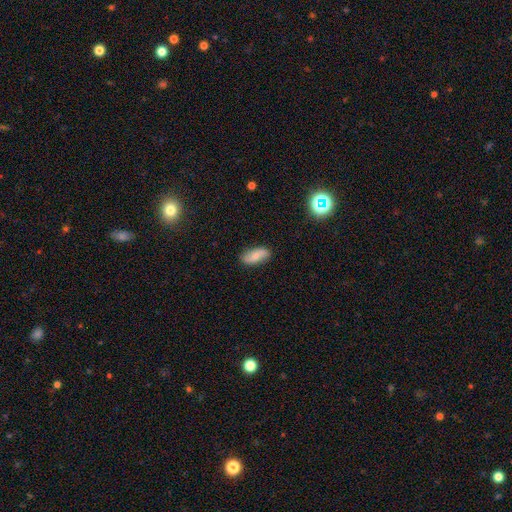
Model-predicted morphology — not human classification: Overall: smooth (61%; featured or disk 31%). How rounded: in between (86%). Merging: none (83%).